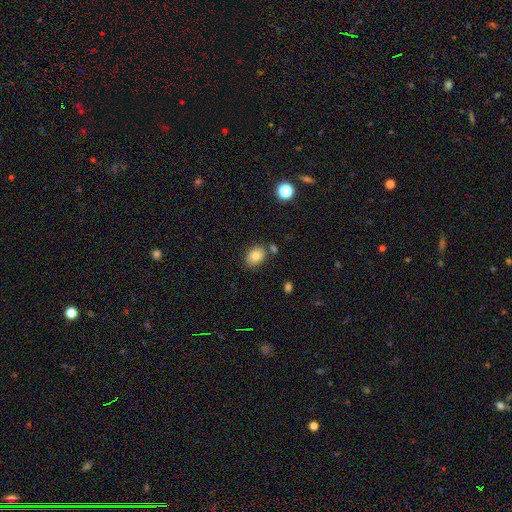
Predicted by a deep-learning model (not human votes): smooth 82%, star or artifact 9%, featured or disk 9%. Down the decision tree: how rounded — in between (72%); merging — none (76%).